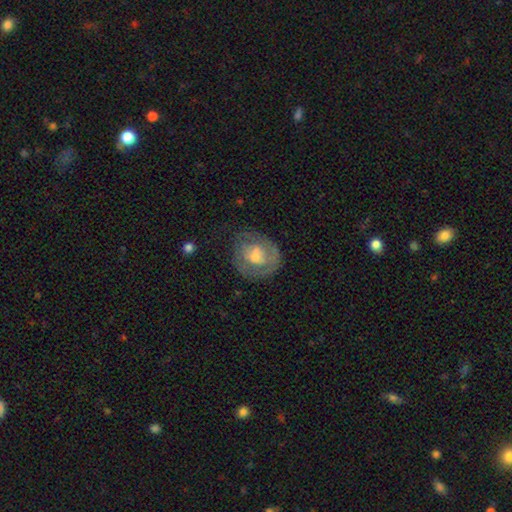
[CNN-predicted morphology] The model was most divided on "bulge size": moderate: 47%, small: 31%, large: 12%, none: 7%, dominant: 2%. More confident: edge-on disk — no (97%); spiral arms — yes (64%); merging — none (64%); bar — no (61%); smooth or featured — featured or disk (55%).